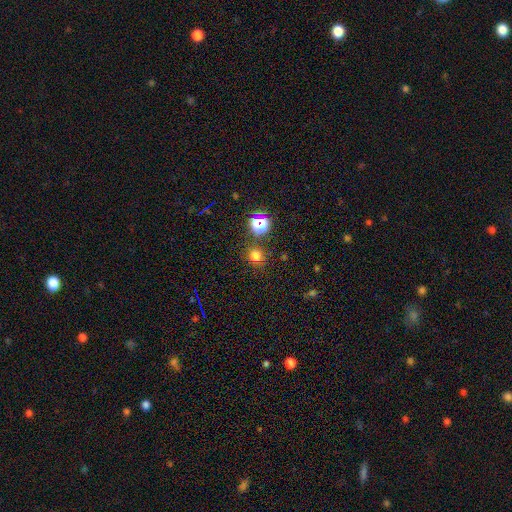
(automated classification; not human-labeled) smooth_or_featured: smooth (p=0.70) [alt: star or artifact p=0.24]
how_rounded: round (p=0.90) [alt: in between p=0.09]
merging: none (p=0.83) [alt: minor disturbance p=0.08]